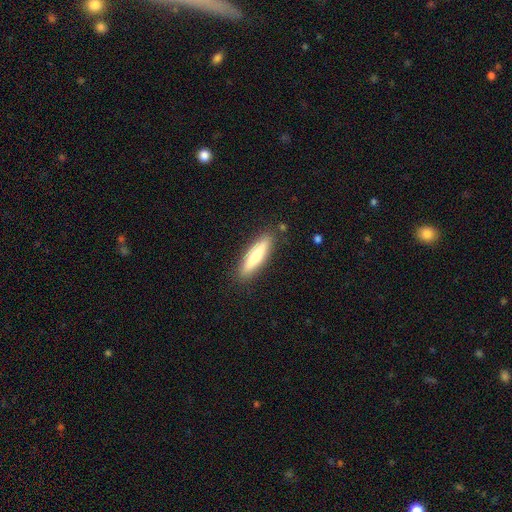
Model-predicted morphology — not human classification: Smooth or featured? smooth (63%)
How rounded? cigar-shaped (78%)
Merging? none (87%)